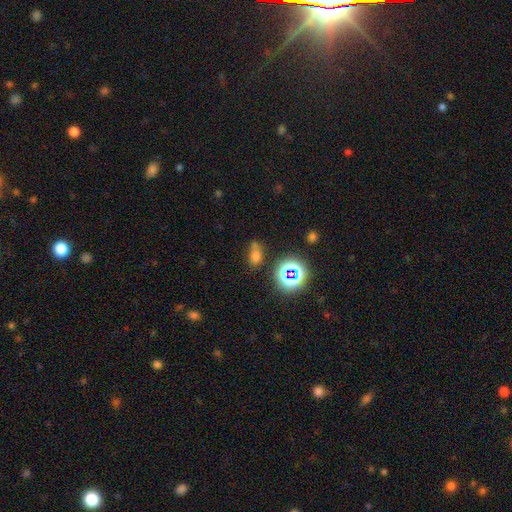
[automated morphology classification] Overall: smooth (63%; star or artifact 27%). How rounded: in between (68%). Merging: none (56%; minor disturbance 19%).